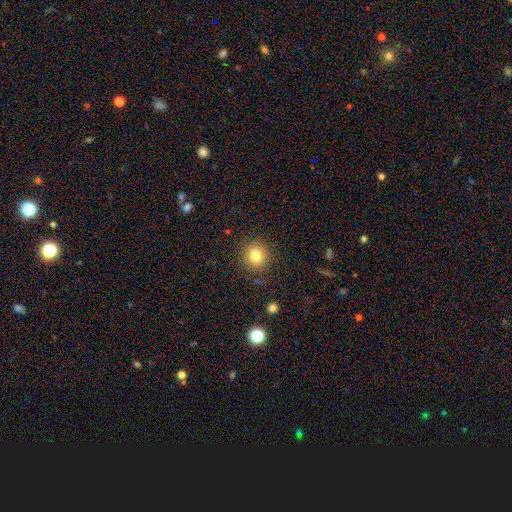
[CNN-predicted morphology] smooth-or-featured: smooth: 80% | star or artifact: 12% | featured or disk: 8%
  how-rounded: round: 92% | in between: 7% | cigar-shaped: 1%
  merging: none: 89% | minor disturbance: 7% | major disturbance: 3% | merger: 1%